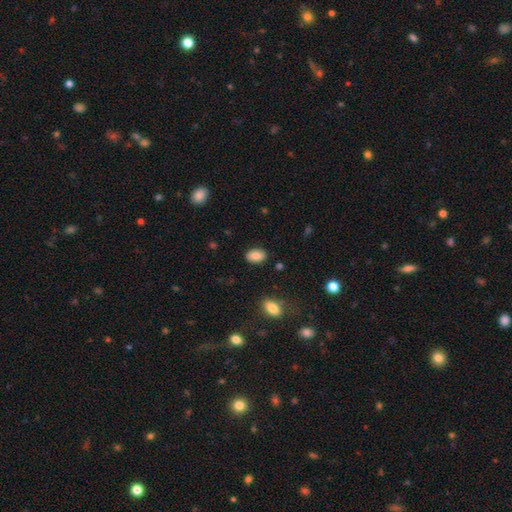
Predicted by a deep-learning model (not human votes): Smooth or featured? Predicted: smooth (p=0.86). How rounded? Predicted: in between (p=0.90). Merging? Predicted: none (p=0.85).